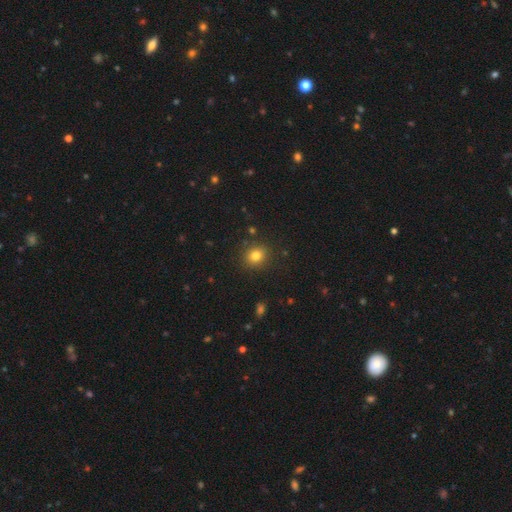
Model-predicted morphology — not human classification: Smooth or featured: smooth — 80% (star or artifact — 13%)
How rounded: round — 71% (in between — 28%)
Merging: none — 87% (minor disturbance — 8%)